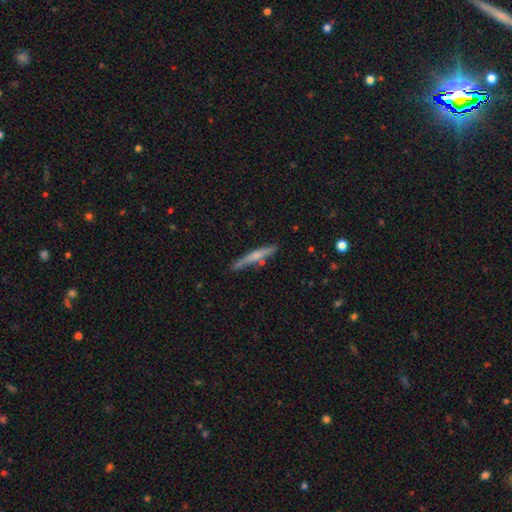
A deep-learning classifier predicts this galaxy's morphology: Smooth or featured? Predicted: smooth (p=0.48). Merging? Predicted: none (p=0.82).